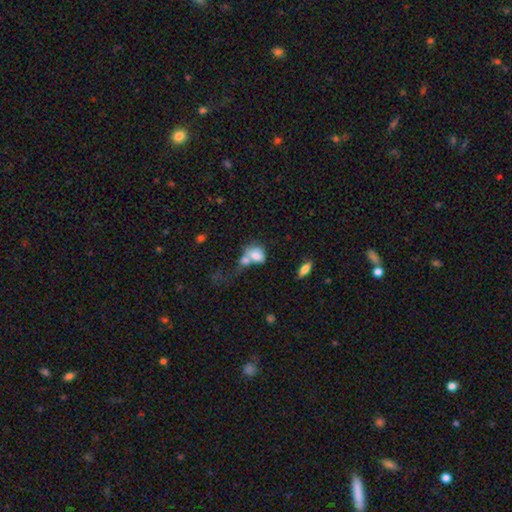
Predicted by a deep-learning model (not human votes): This appears to be a smooth galaxy with no disk features (74%) that is in between round and cigar-shaped (65%). Merging: merger (58%).